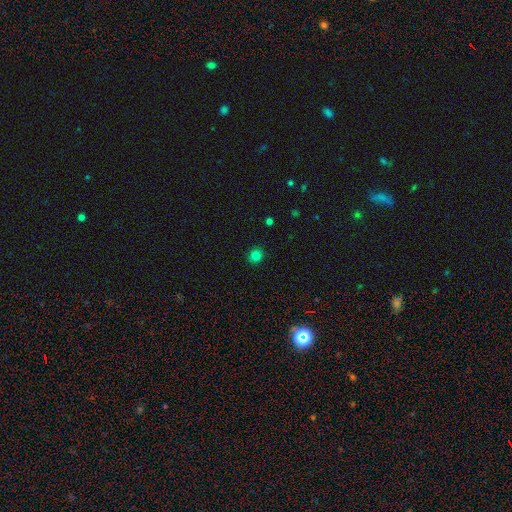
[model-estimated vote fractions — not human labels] smooth-or-featured: smooth: 81% | star or artifact: 15% | featured or disk: 4%
  how-rounded: round: 88% | in between: 11% | cigar-shaped: 1%
  merging: none: 92% | minor disturbance: 6% | major disturbance: 2% | merger: 1%